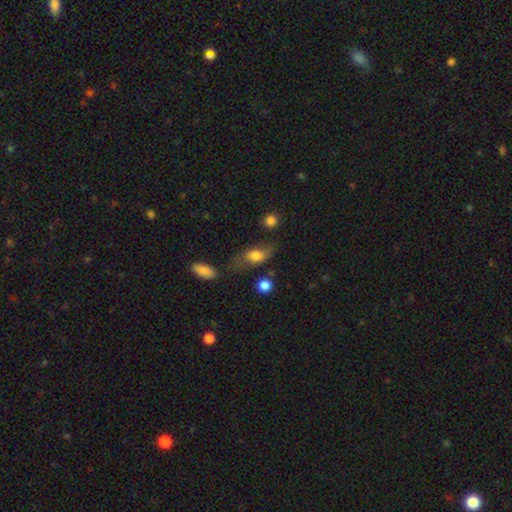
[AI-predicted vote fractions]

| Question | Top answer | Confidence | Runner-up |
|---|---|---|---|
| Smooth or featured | smooth | 73% | featured or disk (18%) |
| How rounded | in between | 80% | round (11%) |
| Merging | none | 55% | minor disturbance (25%) |